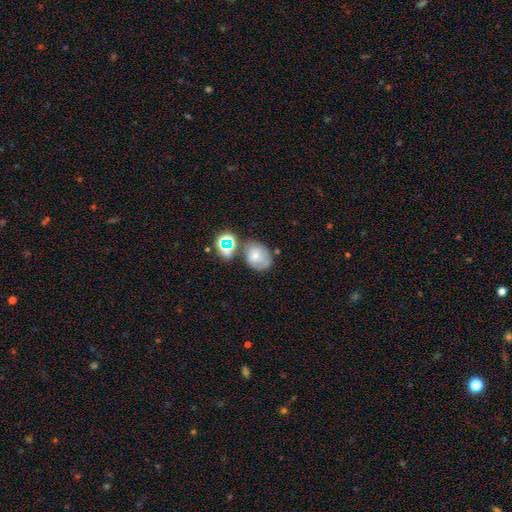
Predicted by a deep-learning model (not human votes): Smooth or featured? smooth (62%)
How rounded? in between (60%)
Merging? none (52%)